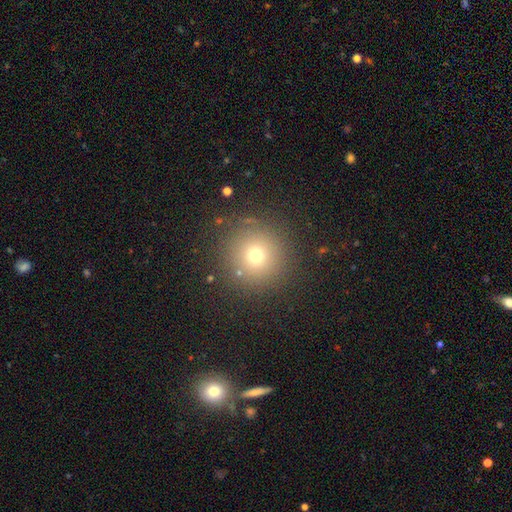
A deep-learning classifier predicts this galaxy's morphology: Q: Smooth or featured?
A: smooth (69%); runner-up: star or artifact (20%)
Q: How rounded?
A: round (95%); runner-up: in between (4%)
Q: Merging?
A: none (87%); runner-up: minor disturbance (7%)